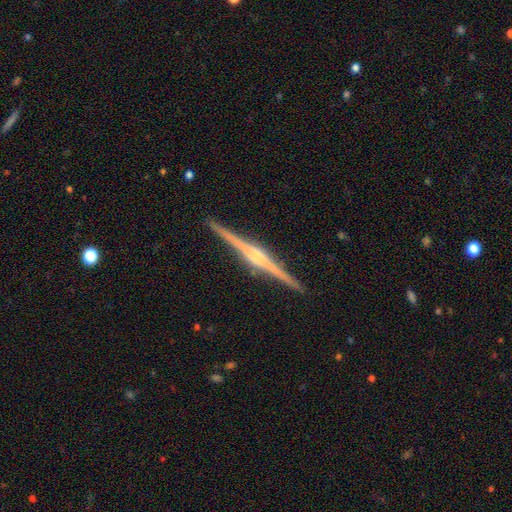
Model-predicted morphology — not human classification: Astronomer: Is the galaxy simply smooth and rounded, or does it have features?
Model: featured or disk — 88%.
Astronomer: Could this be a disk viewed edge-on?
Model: yes — 99%.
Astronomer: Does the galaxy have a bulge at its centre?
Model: rounded — 79%.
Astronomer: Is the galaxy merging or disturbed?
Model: none — 92%.